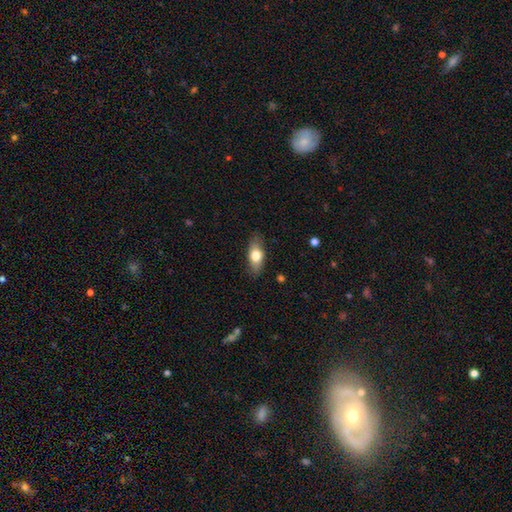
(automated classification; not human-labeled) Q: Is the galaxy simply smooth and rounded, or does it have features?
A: smooth — 69%.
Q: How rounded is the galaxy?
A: in between — 78%.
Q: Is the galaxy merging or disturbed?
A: none — 83%.